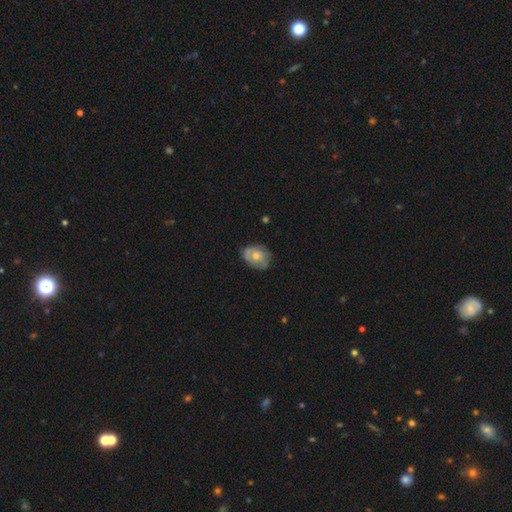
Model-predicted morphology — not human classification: Smooth or featured? Predicted: smooth (p=0.52). How rounded? Predicted: in between (p=0.59). Merging? Predicted: none (p=0.63).